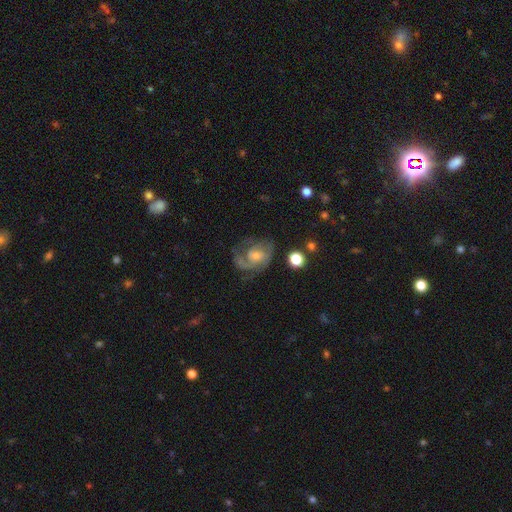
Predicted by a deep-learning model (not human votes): Overall: featured or disk (74%). Edge-on disk: no (97%). Bar: no (70%). Spiral arms: yes (87%). Spiral arm count: 2 (39%; can't tell 23%). Spiral winding: medium (43%; tight 37%). Bulge size: small (50%; moderate 39%). Merging: none (52%; major disturbance 25%).